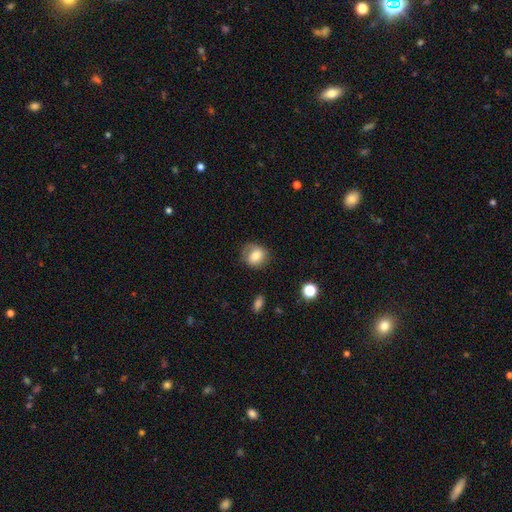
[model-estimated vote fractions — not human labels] Overall: smooth (74%). How rounded: round (68%; in between 31%). Merging: none (69%).